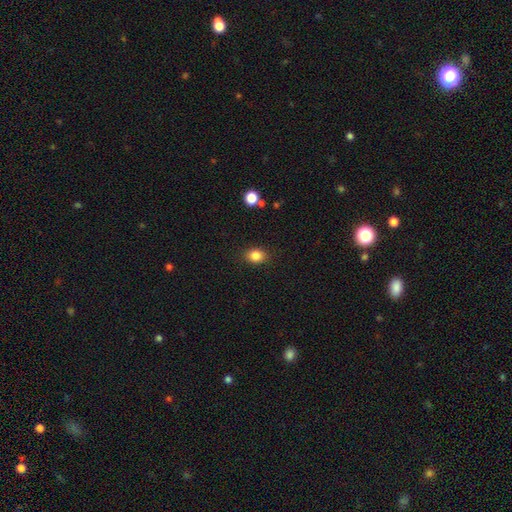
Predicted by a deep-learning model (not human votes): The model was most divided on "how rounded": in between: 51%, round: 48%, cigar-shaped: 1%. More confident: merging — none (87%); smooth or featured — smooth (85%).